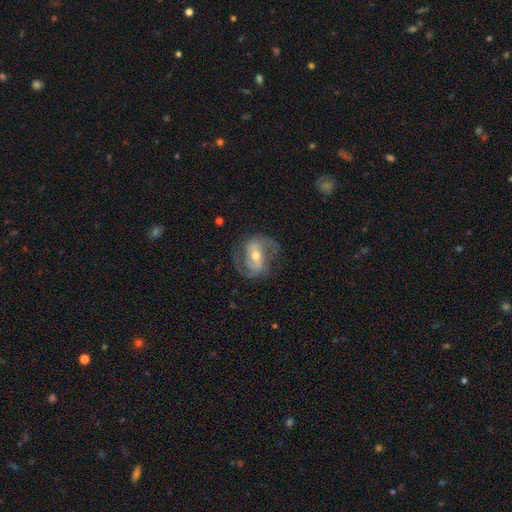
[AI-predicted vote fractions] The model was most divided on "bar": strong: 40%, weak: 39%, no: 21%. More confident: edge-on disk — no (96%); spiral arms — yes (93%); spiral arm count — 2 (88%); smooth or featured — featured or disk (84%); merging — none (72%); bulge size — moderate (62%); spiral winding — medium (53%).